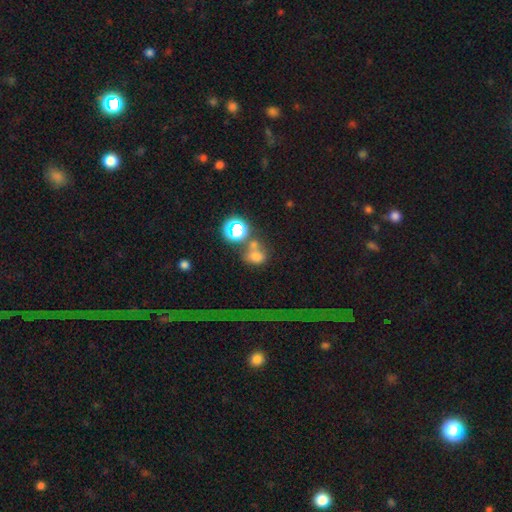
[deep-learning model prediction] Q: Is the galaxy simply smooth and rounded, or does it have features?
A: smooth — 63%.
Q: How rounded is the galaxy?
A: round — 59%.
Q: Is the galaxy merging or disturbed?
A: merger — 46%.